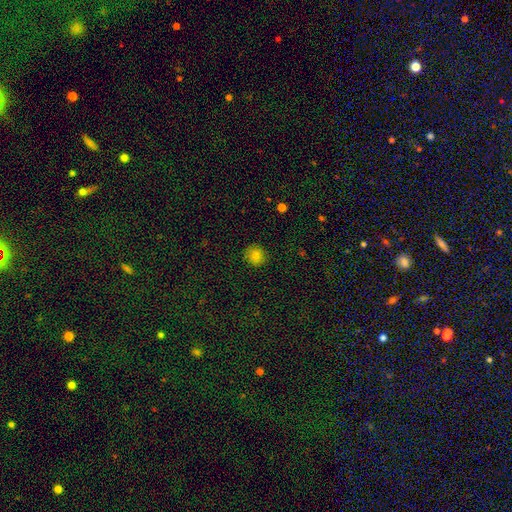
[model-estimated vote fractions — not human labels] Q: Smooth or featured?
A: smooth (83%); runner-up: star or artifact (12%)
Q: How rounded?
A: round (89%); runner-up: in between (10%)
Q: Merging?
A: none (88%); runner-up: minor disturbance (9%)